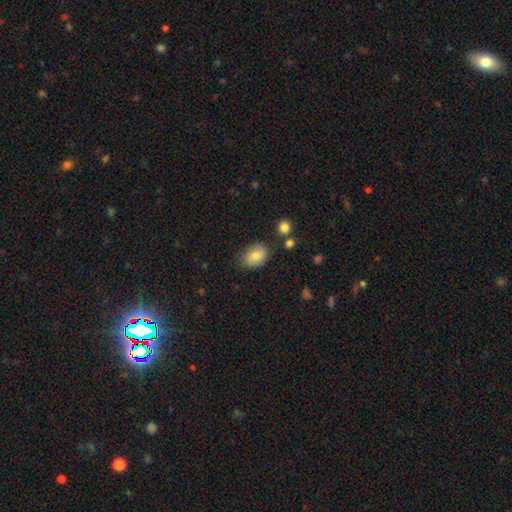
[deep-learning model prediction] Smooth or featured? Predicted: smooth (p=0.80). How rounded? Predicted: in between (p=0.75). Merging? Predicted: none (p=0.73).